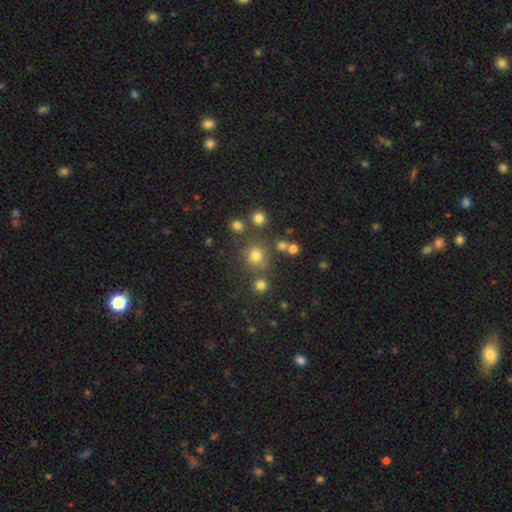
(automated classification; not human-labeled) The model was most divided on "smooth or featured": smooth: 71%, star or artifact: 20%, featured or disk: 8%. More confident: how rounded — round (86%); merging — none (70%).